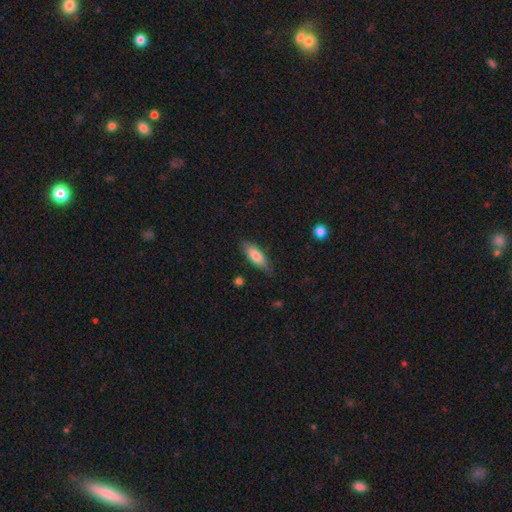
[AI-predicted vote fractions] Overall: smooth (76%). How rounded: in between (66%; cigar-shaped 32%). Merging: none (77%).